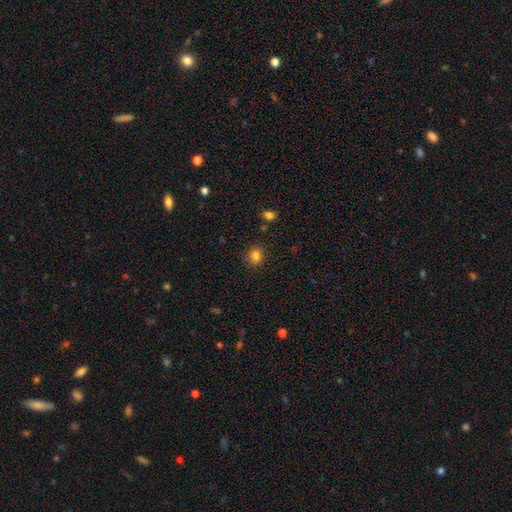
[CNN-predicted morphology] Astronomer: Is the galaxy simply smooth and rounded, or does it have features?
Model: smooth — 83%.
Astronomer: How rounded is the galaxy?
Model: round — 64%.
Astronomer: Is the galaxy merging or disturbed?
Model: none — 84%.